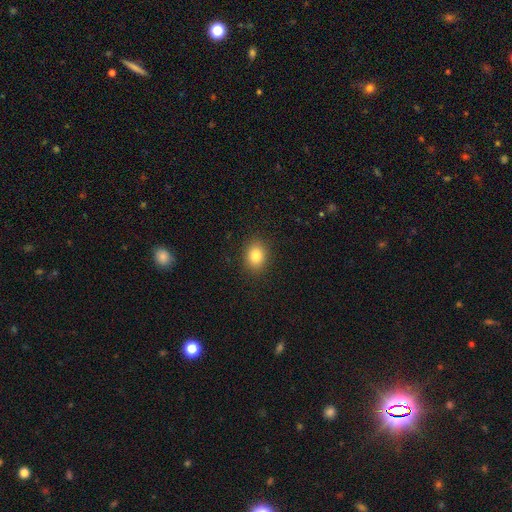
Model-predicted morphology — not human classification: Smooth or featured? smooth (83%)
How rounded? in between (56%)
Merging? none (89%)